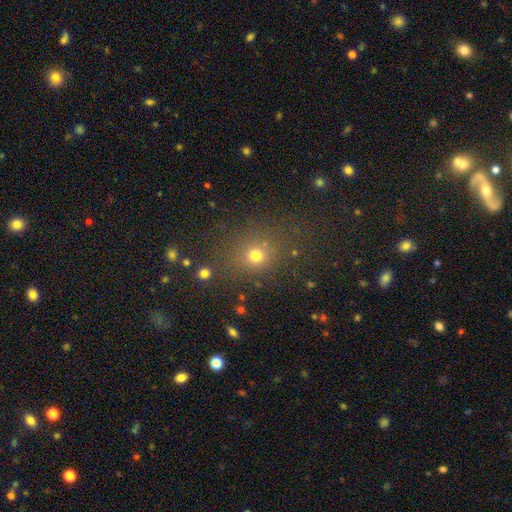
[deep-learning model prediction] Q: Smooth or featured?
A: smooth (71%); runner-up: star or artifact (21%)
Q: How rounded?
A: round (78%); runner-up: in between (21%)
Q: Merging?
A: none (77%); runner-up: minor disturbance (11%)